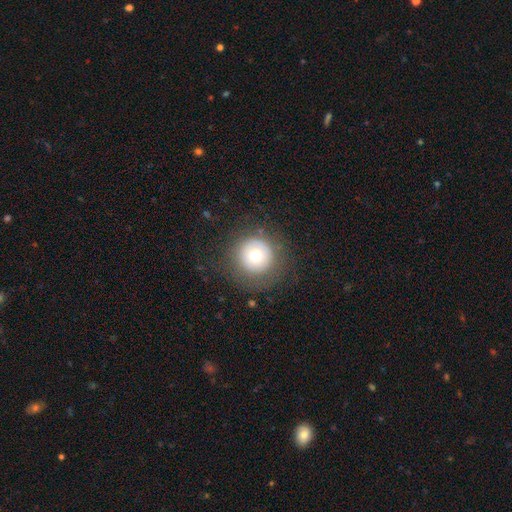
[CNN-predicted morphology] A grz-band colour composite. It shows a smooth galaxy with no disk features (68%) that is round (95%). Merging: none (77%).